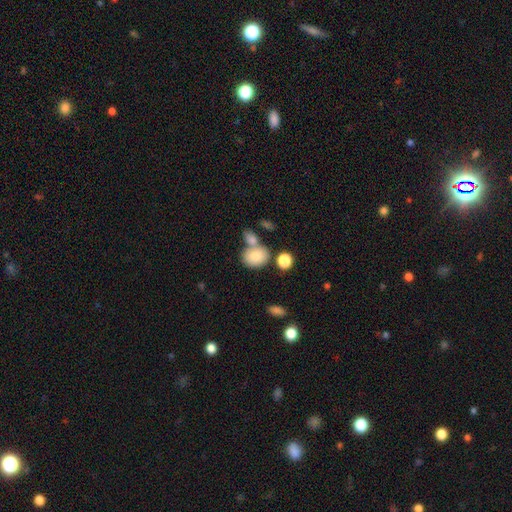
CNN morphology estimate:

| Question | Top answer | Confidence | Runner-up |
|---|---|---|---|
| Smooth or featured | smooth | 81% | featured or disk (11%) |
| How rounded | in between | 66% | round (32%) |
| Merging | none | 49% | merger (34%) |